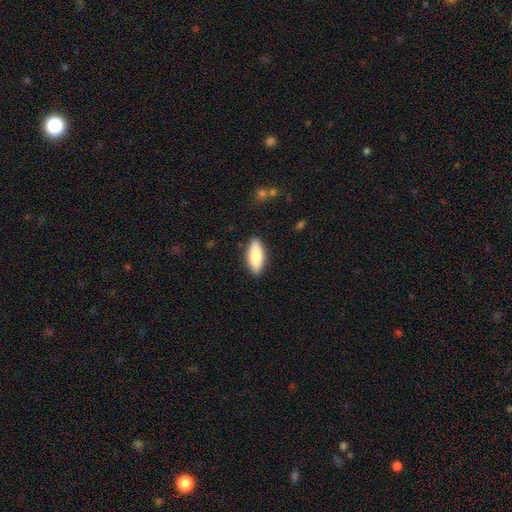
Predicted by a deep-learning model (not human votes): A smooth galaxy with no disk features (79%) that is in between round and cigar-shaped (69%). Merging: none (88%).